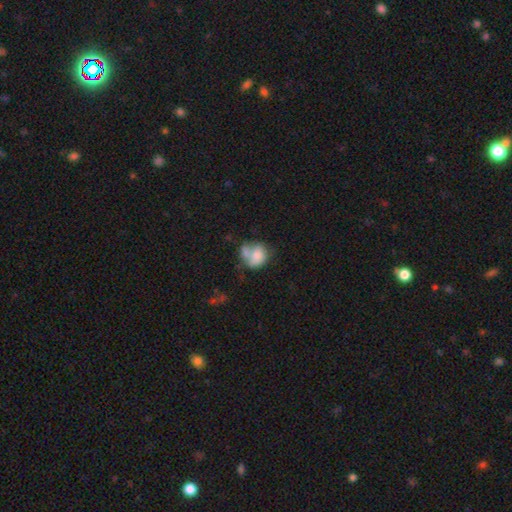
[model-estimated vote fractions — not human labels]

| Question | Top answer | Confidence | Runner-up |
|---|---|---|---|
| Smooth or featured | smooth | 71% | featured or disk (21%) |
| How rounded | in between | 51% | round (48%) |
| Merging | merger | 44% | none (25%) |